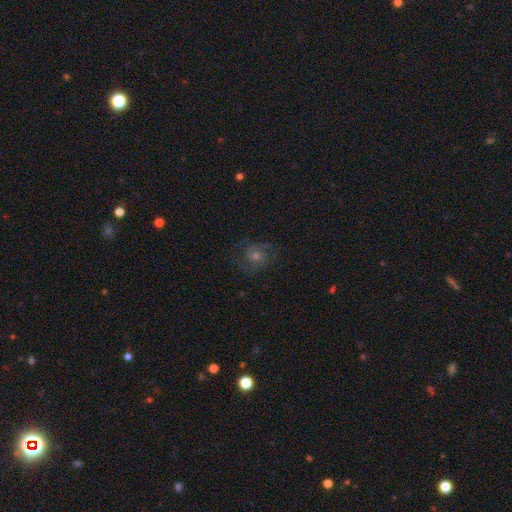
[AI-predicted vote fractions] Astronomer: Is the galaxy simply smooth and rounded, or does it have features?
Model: featured or disk — 61%.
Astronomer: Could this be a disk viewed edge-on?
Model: no — 97%.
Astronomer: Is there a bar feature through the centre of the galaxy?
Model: no — 72%.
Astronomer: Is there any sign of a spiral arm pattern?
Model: yes — 90%.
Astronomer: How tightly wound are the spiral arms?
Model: medium — 49% (runner-up: tight, 33%).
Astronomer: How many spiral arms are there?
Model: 2 — 66%.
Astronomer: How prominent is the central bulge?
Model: moderate — 49% (runner-up: small, 38%).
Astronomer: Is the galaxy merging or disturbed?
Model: none — 73%.